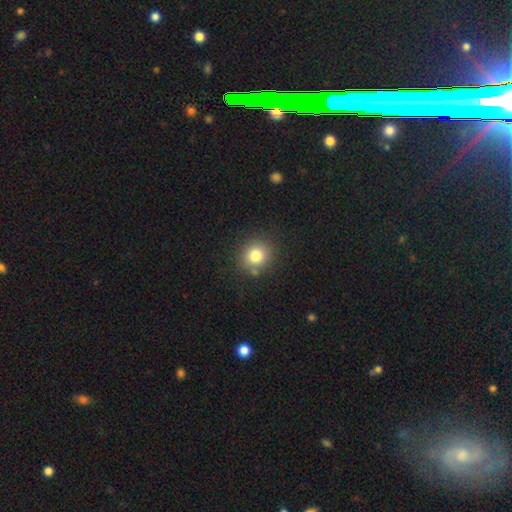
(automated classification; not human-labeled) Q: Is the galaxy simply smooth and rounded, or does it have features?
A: smooth — 80%.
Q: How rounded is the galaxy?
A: round — 85%.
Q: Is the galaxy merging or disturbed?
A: none — 84%.